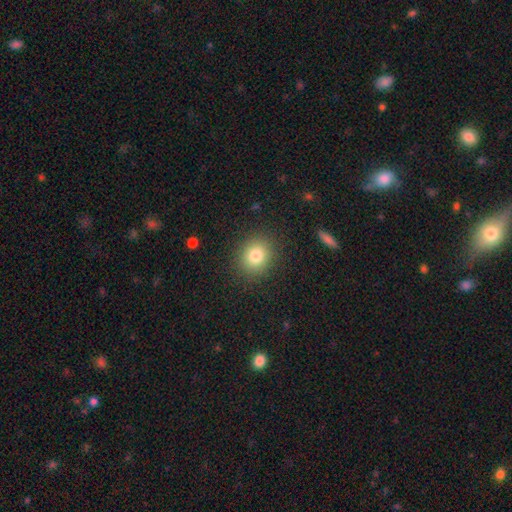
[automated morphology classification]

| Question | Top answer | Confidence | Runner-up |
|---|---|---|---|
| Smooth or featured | smooth | 80% | star or artifact (12%) |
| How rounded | round | 74% | in between (25%) |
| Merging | none | 88% | minor disturbance (8%) |